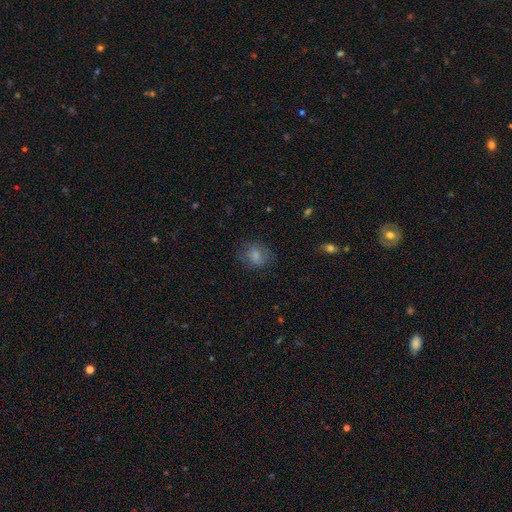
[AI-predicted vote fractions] Smooth or featured?
  - smooth: 76% *
  - featured or disk: 14%
  - star or artifact: 10%
How rounded?
  - round: 55% *
  - in between: 44%
  - cigar-shaped: 1%
Merging?
  - none: 73% *
  - minor disturbance: 18%
  - major disturbance: 8%
  - merger: 1%